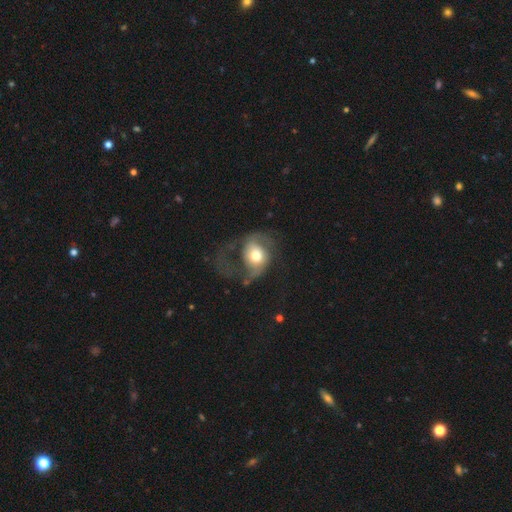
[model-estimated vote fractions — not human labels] Smooth or featured?
  - featured or disk: 52% *
  - smooth: 40%
  - star or artifact: 7%
Edge-on disk?
  - no: 96% *
  - yes: 4%
Bar?
  - no: 72% *
  - weak: 21%
  - strong: 7%
Spiral arms?
  - yes: 66% *
  - no: 34%
Bulge size?
  - moderate: 61% *
  - large: 27%
  - small: 7%
  - dominant: 4%
  - none: 1%
Merging?
  - major disturbance: 52% *
  - none: 27%
  - minor disturbance: 17%
  - merger: 3%